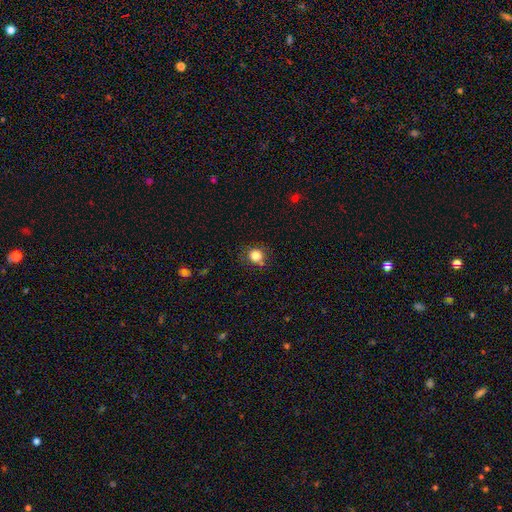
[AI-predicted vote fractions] This appears to be a smooth galaxy with no disk features (82%) that is round (85%). Merging: none (76%).